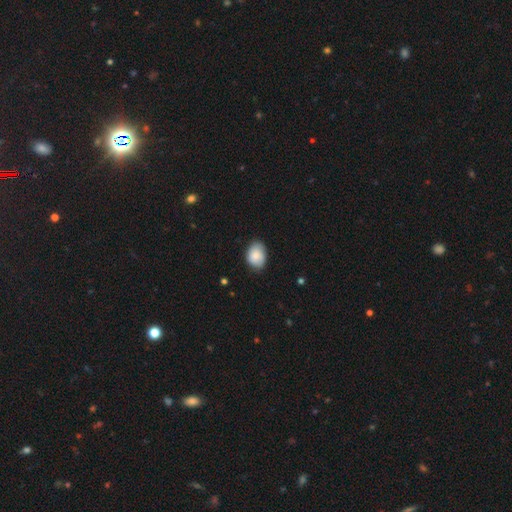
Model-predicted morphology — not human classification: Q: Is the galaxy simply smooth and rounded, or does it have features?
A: smooth — 82%.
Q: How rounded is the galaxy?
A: in between — 74%.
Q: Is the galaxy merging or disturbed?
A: none — 75%.